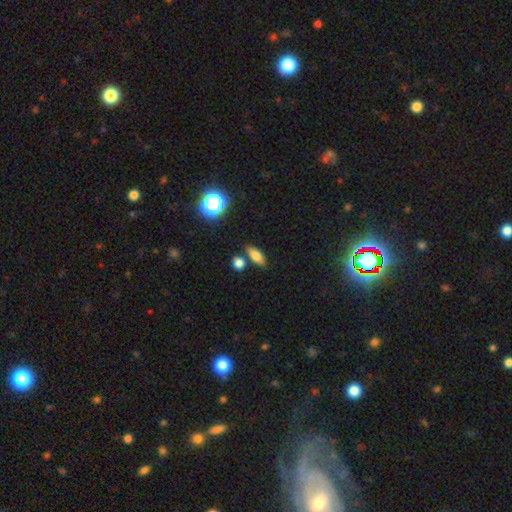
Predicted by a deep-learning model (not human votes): Smooth or featured? smooth (74%)
How rounded? in between (72%)
Merging? none (74%)